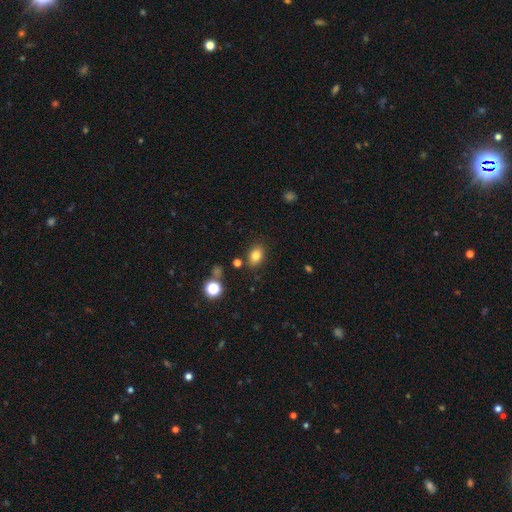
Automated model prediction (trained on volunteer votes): Smooth or featured? Predicted: smooth (p=0.81). How rounded? Predicted: in between (p=0.77). Merging? Predicted: none (p=0.83).